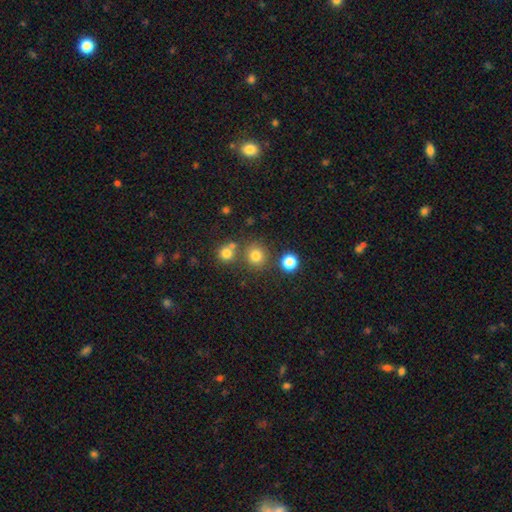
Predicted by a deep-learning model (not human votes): smooth 78%, star or artifact 15%, featured or disk 7%. Down the decision tree: how rounded — round (90%); merging — none (75%).